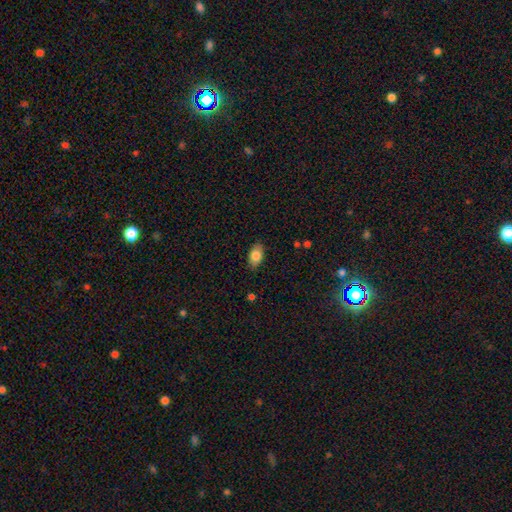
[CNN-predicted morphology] Q: Smooth or featured?
A: smooth (82%); runner-up: featured or disk (10%)
Q: How rounded?
A: in between (90%); runner-up: round (7%)
Q: Merging?
A: none (85%); runner-up: minor disturbance (12%)